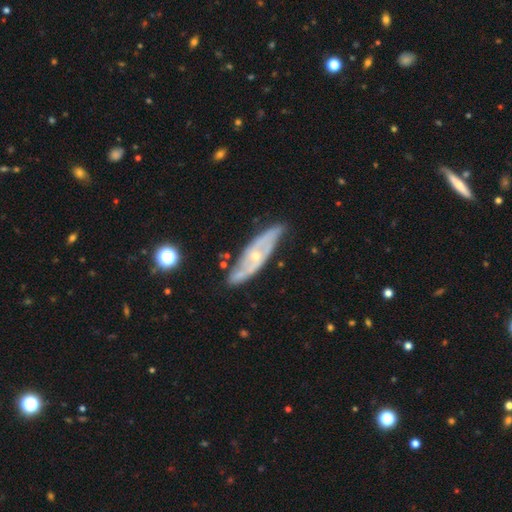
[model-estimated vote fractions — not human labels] Q: Smooth or featured?
A: featured or disk (79%); runner-up: smooth (15%)
Q: Edge-on disk?
A: no (73%); runner-up: yes (27%)
Q: Bar?
A: no (67%); runner-up: weak (26%)
Q: Spiral arms?
A: yes (85%); runner-up: no (15%)
Q: Bulge size?
A: small (66%); runner-up: moderate (31%)
Q: Merging?
A: none (77%); runner-up: minor disturbance (17%)